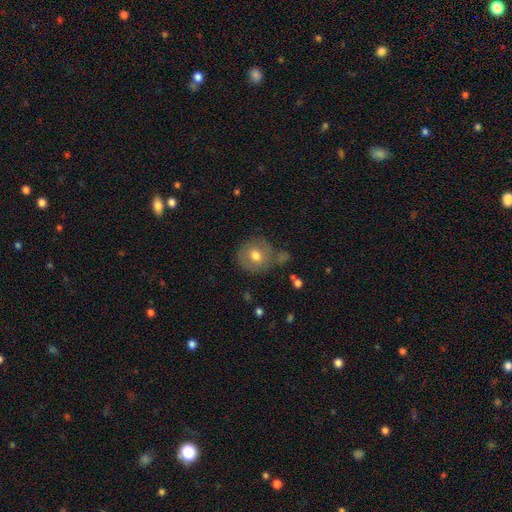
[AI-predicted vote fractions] Smooth or featured?
  - smooth: 66% *
  - featured or disk: 26%
  - star or artifact: 8%
How rounded?
  - round: 87% *
  - in between: 12%
  - cigar-shaped: 1%
Merging?
  - none: 65% *
  - minor disturbance: 18%
  - merger: 9%
  - major disturbance: 8%